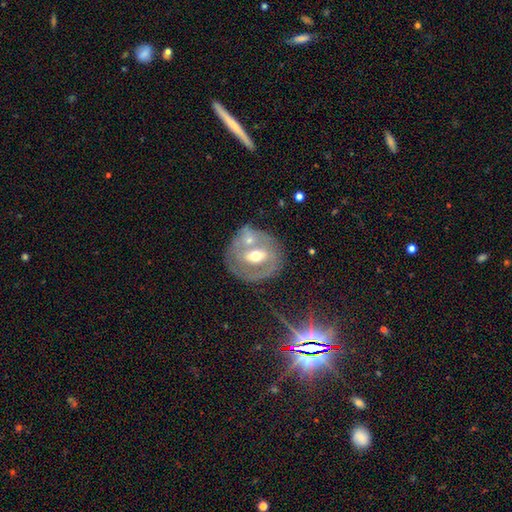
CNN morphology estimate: Smooth or featured? Predicted: featured or disk (p=0.63). Edge-on disk? Predicted: no (p=0.94). Bar? Predicted: weak (p=0.40). Spiral arms? Predicted: no (p=0.55). Bulge size? Predicted: moderate (p=0.74). Merging? Predicted: none (p=0.50).